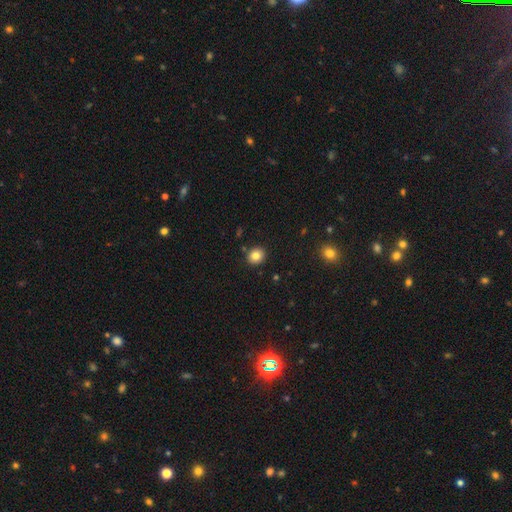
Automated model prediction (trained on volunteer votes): Smooth or featured?
  - smooth: 83% *
  - star or artifact: 10%
  - featured or disk: 7%
How rounded?
  - round: 75% *
  - in between: 24%
  - cigar-shaped: 1%
Merging?
  - none: 89% *
  - minor disturbance: 7%
  - merger: 2%
  - major disturbance: 2%